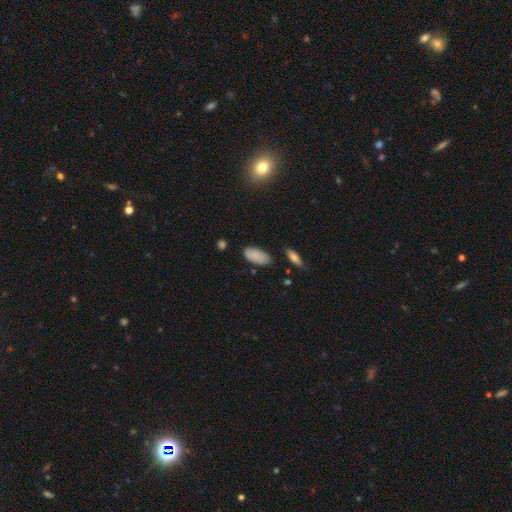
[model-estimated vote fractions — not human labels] Morphology: type=smooth (87%); roundness=in between (92%); merging=none (76%).